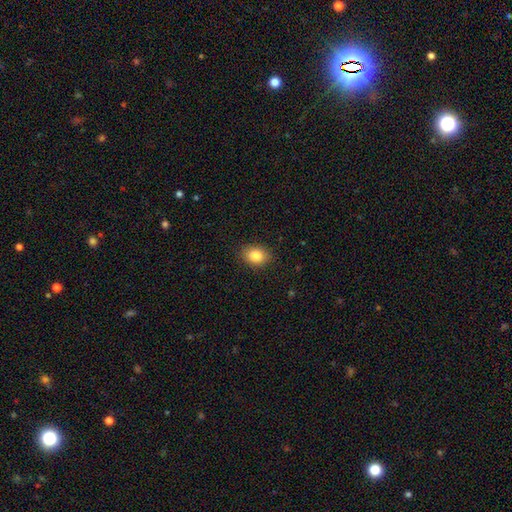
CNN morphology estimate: A smooth galaxy with no disk features (84%) that is in between round and cigar-shaped (60%). Merging: none (87%).